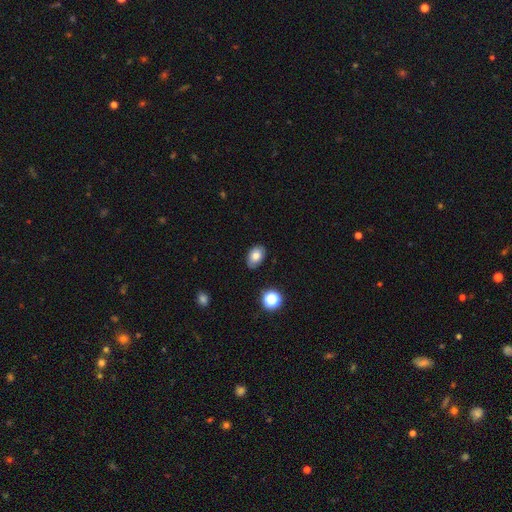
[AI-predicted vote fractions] Overall: smooth (80%). How rounded: in between (85%). Merging: none (82%).